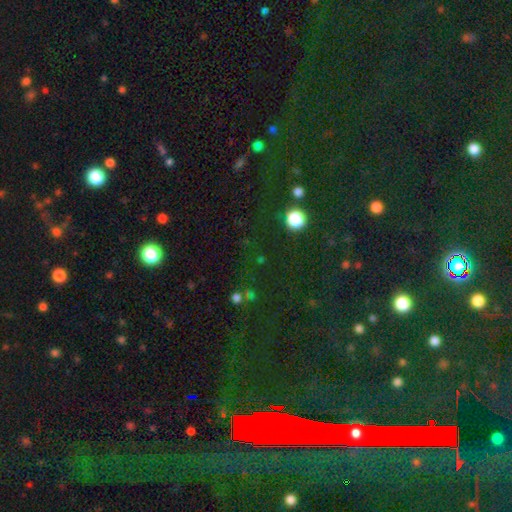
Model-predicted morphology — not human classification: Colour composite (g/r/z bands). It shows a star or artifact, not a galaxy (66%).